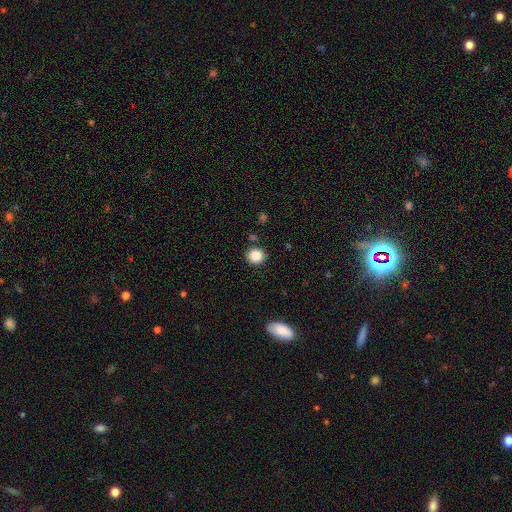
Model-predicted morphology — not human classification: Q: Smooth or featured?
A: smooth (86%); runner-up: star or artifact (10%)
Q: How rounded?
A: round (88%); runner-up: in between (11%)
Q: Merging?
A: none (87%); runner-up: minor disturbance (8%)